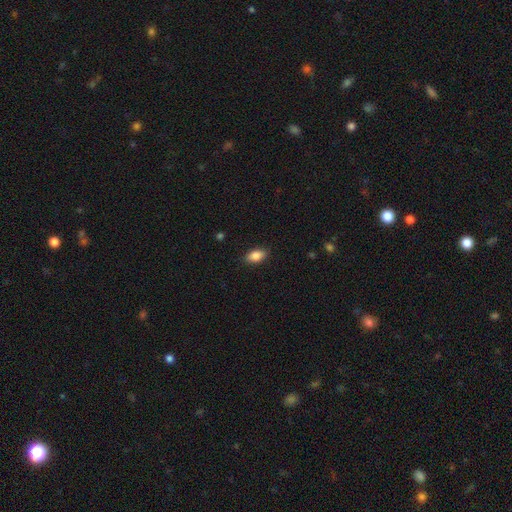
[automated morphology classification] Overall: smooth (87%). How rounded: in between (90%). Merging: none (88%).